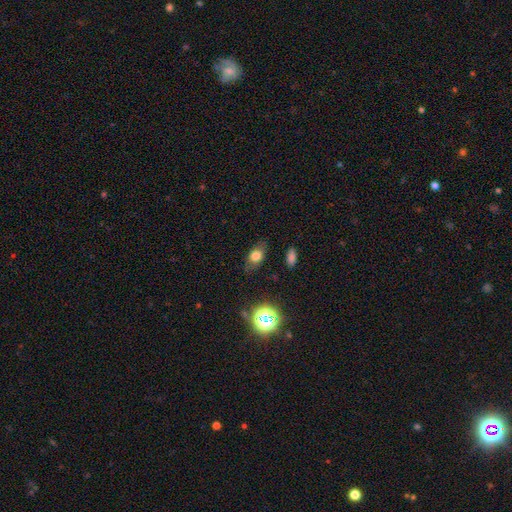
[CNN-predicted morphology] Smooth or featured? smooth (68%)
How rounded? in between (77%)
Merging? none (77%)